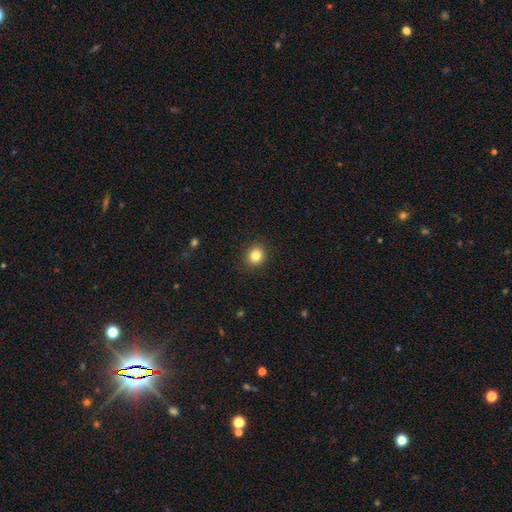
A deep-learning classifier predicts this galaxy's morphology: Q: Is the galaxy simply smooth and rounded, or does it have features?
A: smooth — 84%.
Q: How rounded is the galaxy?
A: round — 84%.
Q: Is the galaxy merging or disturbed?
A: none — 91%.